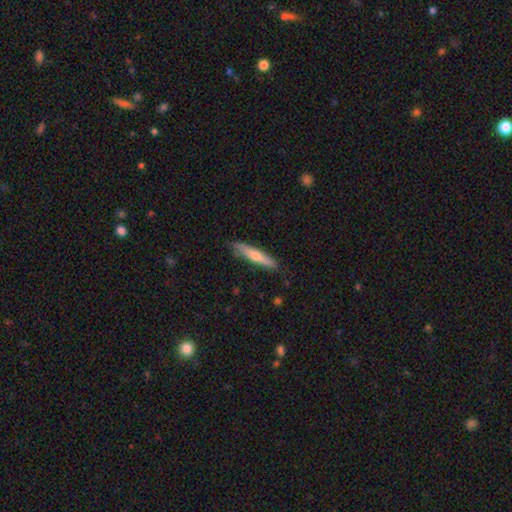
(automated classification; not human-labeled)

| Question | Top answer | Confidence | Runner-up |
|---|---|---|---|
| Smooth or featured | smooth | 53% | featured or disk (41%) |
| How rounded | cigar-shaped | 90% | in between (8%) |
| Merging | none | 86% | minor disturbance (11%) |